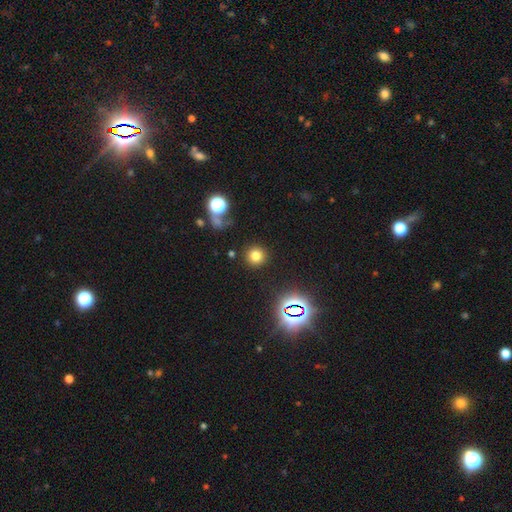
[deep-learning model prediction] The model was most divided on "smooth or featured": smooth: 75%, star or artifact: 18%, featured or disk: 7%. More confident: how rounded — round (93%); merging — none (87%).